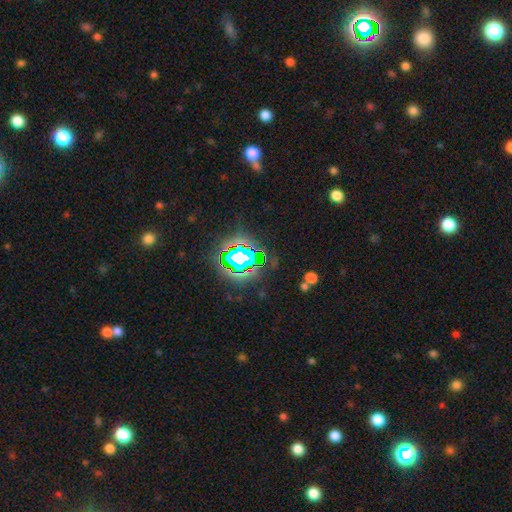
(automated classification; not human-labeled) smooth-or-featured: star or artifact: 81% | smooth: 11% | featured or disk: 8%